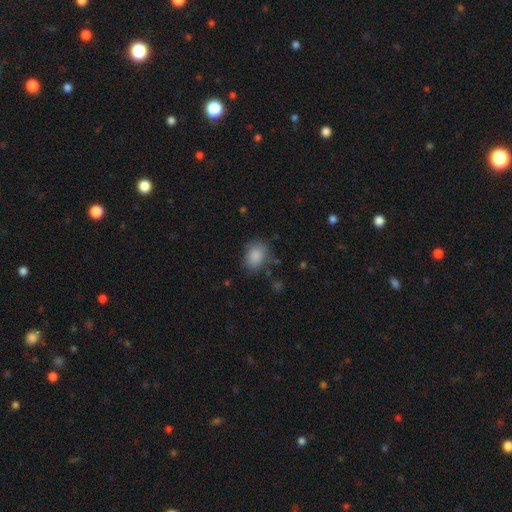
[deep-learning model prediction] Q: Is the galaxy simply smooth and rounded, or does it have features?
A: smooth — 87%.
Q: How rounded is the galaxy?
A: in between — 66%.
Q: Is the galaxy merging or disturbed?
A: none — 75%.